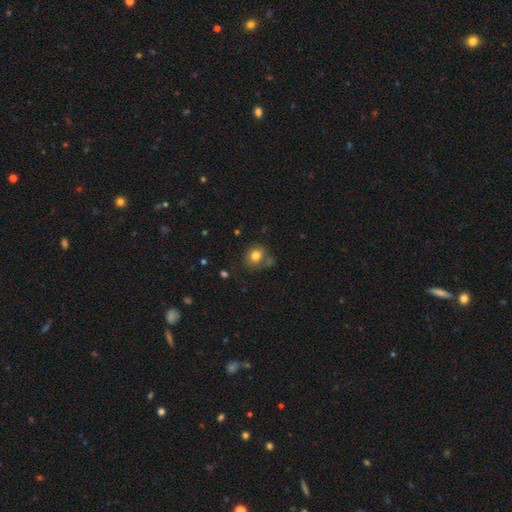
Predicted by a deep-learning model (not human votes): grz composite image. It shows a smooth galaxy with no disk features (80%) that is round (72%). Merging: none (70%).